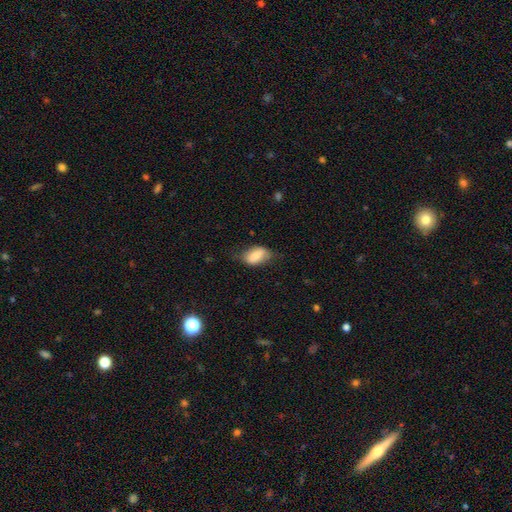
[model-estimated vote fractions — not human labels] Morphology: type=smooth (77%); roundness=in between (89%); merging=none (58%).